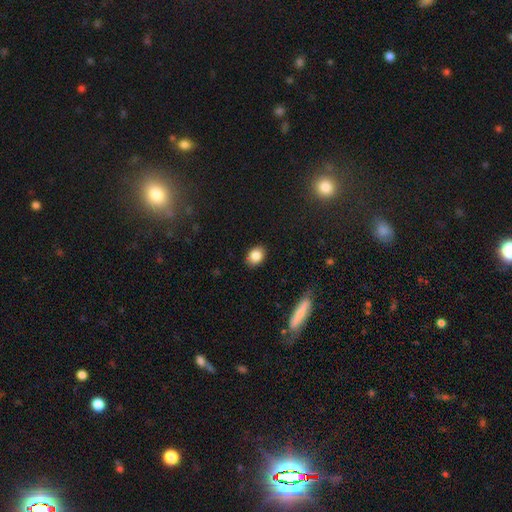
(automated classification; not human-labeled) smooth 85%, star or artifact 9%, featured or disk 6%. Down the decision tree: how rounded — in between (60%); merging — none (88%).